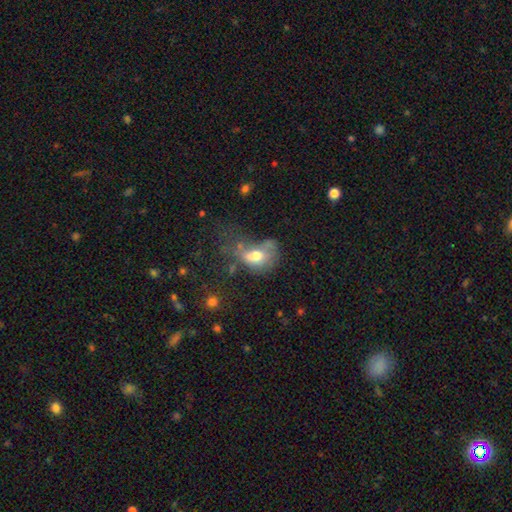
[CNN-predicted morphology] Smooth or featured: smooth — 61% (featured or disk — 27%)
How rounded: in between — 74% (round — 24%)
Merging: major disturbance — 49% (minor disturbance — 20%)